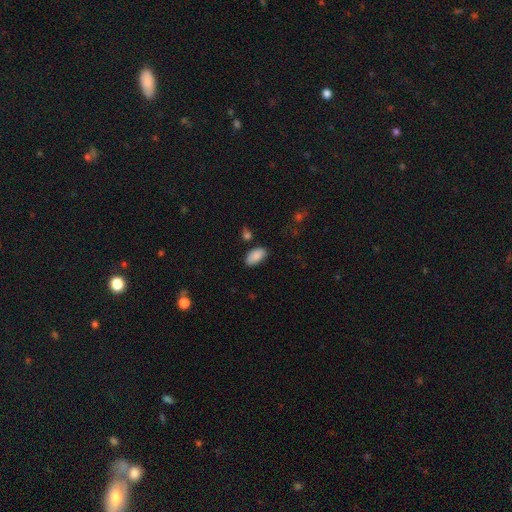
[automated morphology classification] smooth 88%, star or artifact 7%, featured or disk 5%. Down the decision tree: how rounded — in between (95%); merging — none (77%).